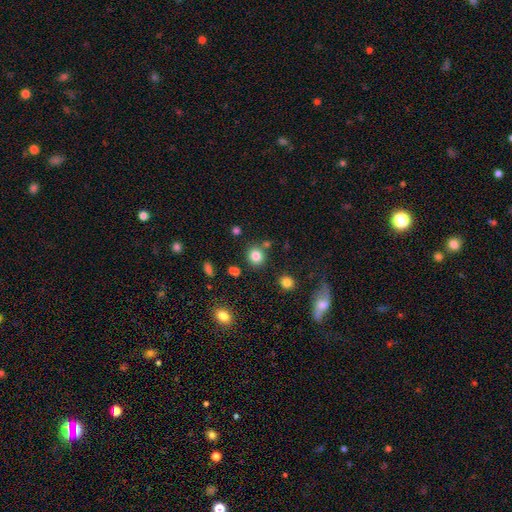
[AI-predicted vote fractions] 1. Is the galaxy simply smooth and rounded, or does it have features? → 82% smooth, 12% star or artifact, 6% featured or disk.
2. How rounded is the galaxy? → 83% round, 16% in between, 1% cigar-shaped.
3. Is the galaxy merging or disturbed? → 80% none, 9% minor disturbance, 8% merger, 3% major disturbance.